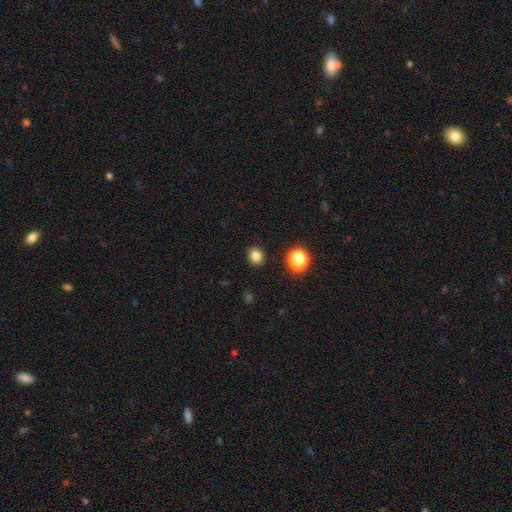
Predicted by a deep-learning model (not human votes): Morphology: type=smooth (82%); roundness=round (70%); merging=none (89%).